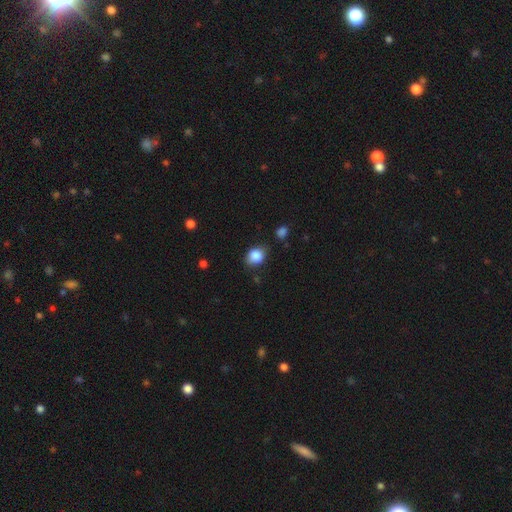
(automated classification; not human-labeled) Smooth or featured?
  - smooth: 86% *
  - star or artifact: 9%
  - featured or disk: 6%
How rounded?
  - in between: 53% *
  - round: 46%
  - cigar-shaped: 1%
Merging?
  - none: 73% *
  - minor disturbance: 20%
  - major disturbance: 4%
  - merger: 3%